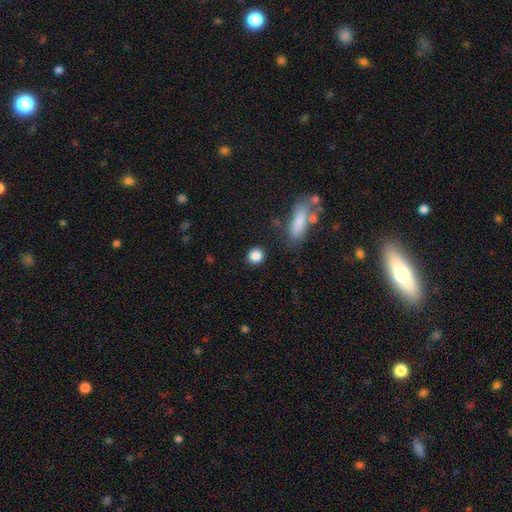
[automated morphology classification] This is clearly a smooth galaxy (86%). How rounded: clearly round (87%). Merging: clearly none (87%).